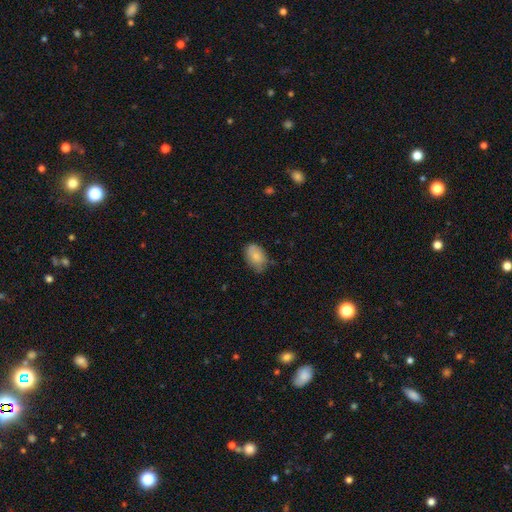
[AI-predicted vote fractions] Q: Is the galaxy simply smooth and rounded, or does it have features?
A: smooth — 79%.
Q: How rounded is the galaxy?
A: in between — 87%.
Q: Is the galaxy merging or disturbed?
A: none — 64%.